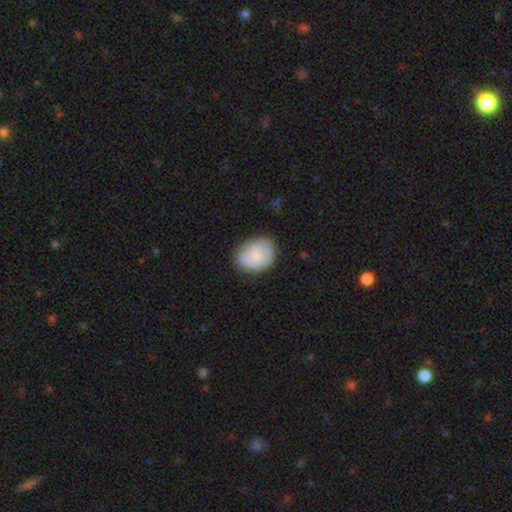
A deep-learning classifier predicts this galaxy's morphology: smooth 47%, featured or disk 46%, star or artifact 7%. Down the decision tree: merging — none (76%).